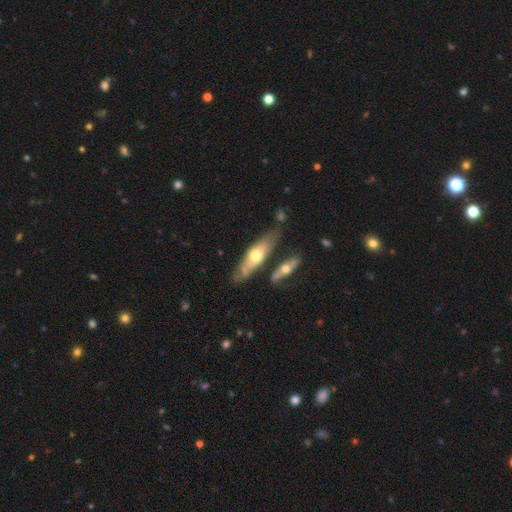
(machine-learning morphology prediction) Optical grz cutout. It shows a featured or disk galaxy (53%). Merging: none (62%).